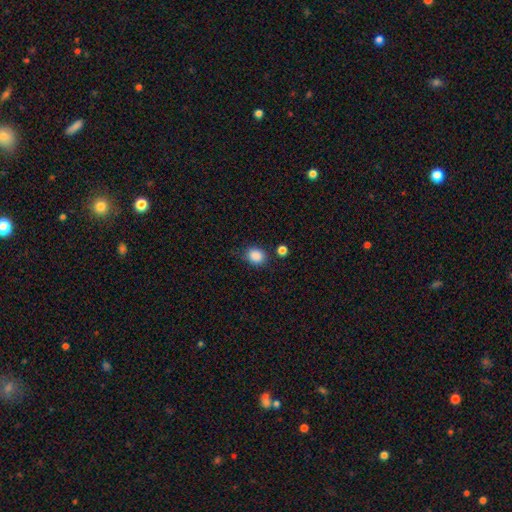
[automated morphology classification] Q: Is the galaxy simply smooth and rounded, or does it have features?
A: smooth — 87%.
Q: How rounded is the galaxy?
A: round — 65%.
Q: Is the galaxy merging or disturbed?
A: none — 75%.